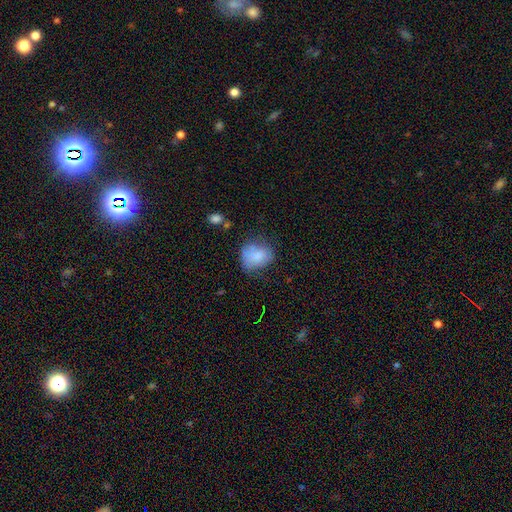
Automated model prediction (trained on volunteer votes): Smooth or featured? smooth (73%)
How rounded? round (54%)
Merging? none (50%)